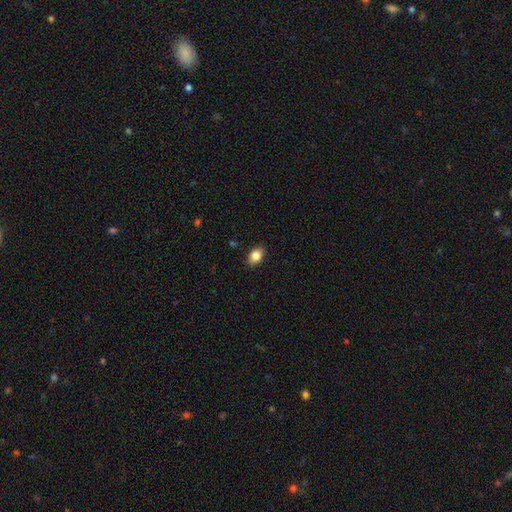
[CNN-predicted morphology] type=smooth (82%); roundness=in between (81%); merging=none (88%).